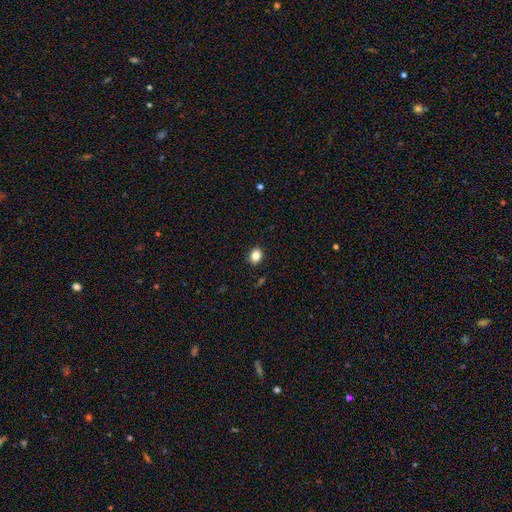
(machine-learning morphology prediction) Smooth or featured? Predicted: smooth (p=0.84). How rounded? Predicted: in between (p=0.52). Merging? Predicted: none (p=0.90).